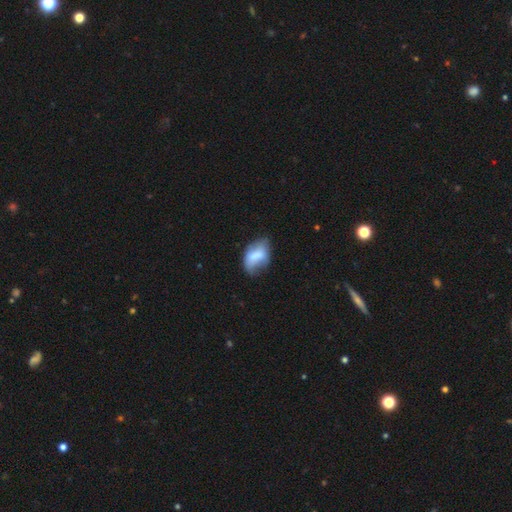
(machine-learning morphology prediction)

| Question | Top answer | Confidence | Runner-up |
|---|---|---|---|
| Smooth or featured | smooth | 68% | featured or disk (24%) |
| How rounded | in between | 88% | round (10%) |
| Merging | none | 43% | minor disturbance (38%) |